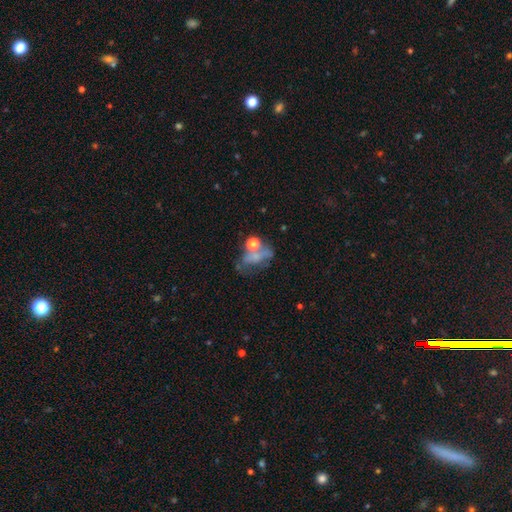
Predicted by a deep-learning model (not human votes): Morphology: type=smooth (47%); merging=none (31%).